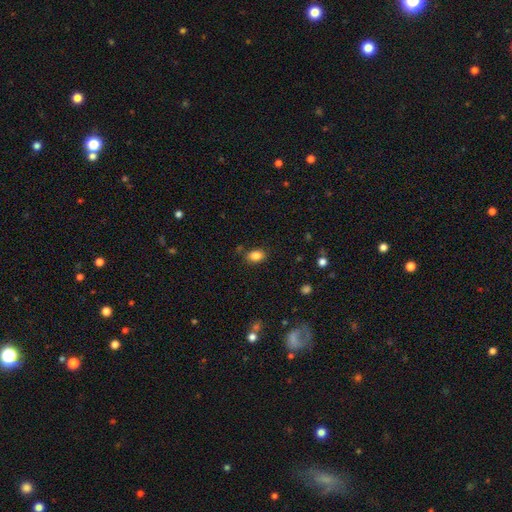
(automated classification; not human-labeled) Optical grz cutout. It shows a smooth galaxy with no disk features (84%) that is in between round and cigar-shaped (76%). Merging: none (81%).